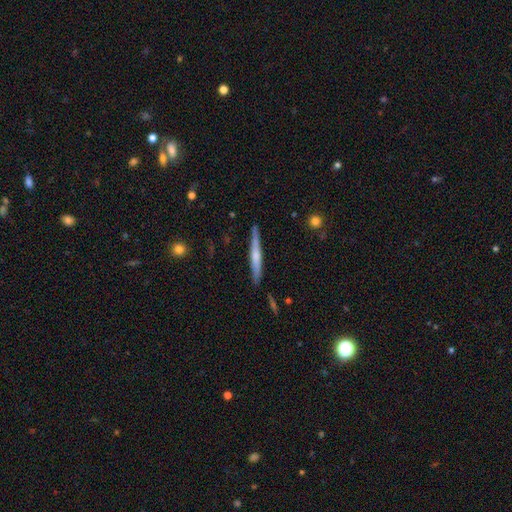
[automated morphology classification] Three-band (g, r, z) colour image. It shows a featured or disk galaxy (52%) viewed edge-on (97%) with a rounded central bulge (48%). Merging: none (87%).